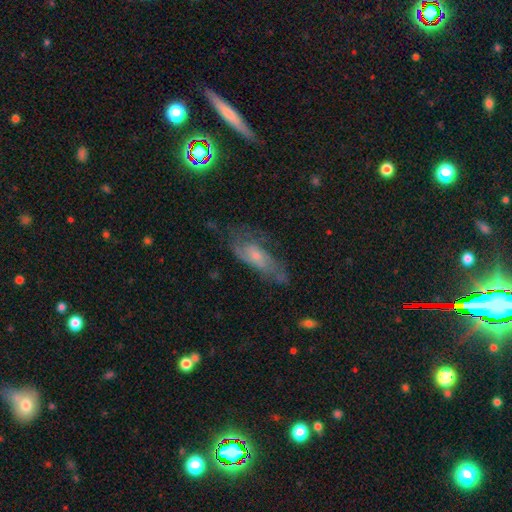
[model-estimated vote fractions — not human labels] Overall: featured or disk (59%; smooth 32%). Edge-on disk: no (86%). Bar: no (70%). Spiral arms: yes (75%). Bulge size: small (63%; moderate 28%). Merging: none (49%; minor disturbance 27%).